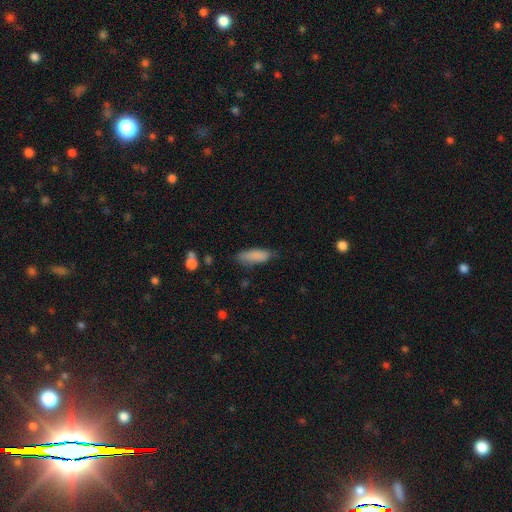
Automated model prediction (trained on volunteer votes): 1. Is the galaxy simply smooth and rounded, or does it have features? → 86% smooth, 7% featured or disk, 7% star or artifact.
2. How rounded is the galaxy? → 61% in between, 37% cigar-shaped, 2% round.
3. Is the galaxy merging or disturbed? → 70% none, 23% minor disturbance, 5% major disturbance, 2% merger.